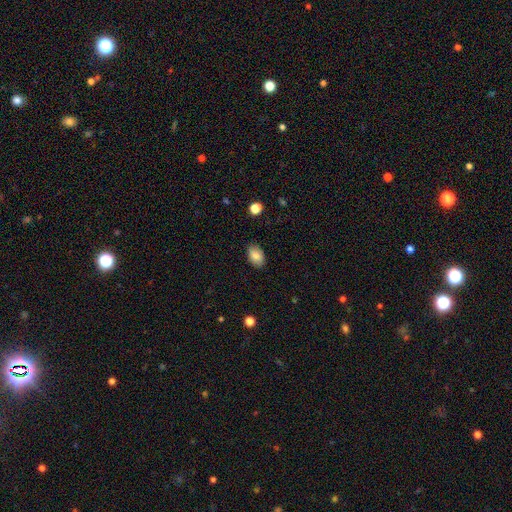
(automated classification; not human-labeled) smooth-or-featured: smooth: 81% | featured or disk: 11% | star or artifact: 8%
  how-rounded: in between: 87% | round: 12% | cigar-shaped: 1%
  merging: none: 86% | minor disturbance: 10% | major disturbance: 2% | merger: 1%